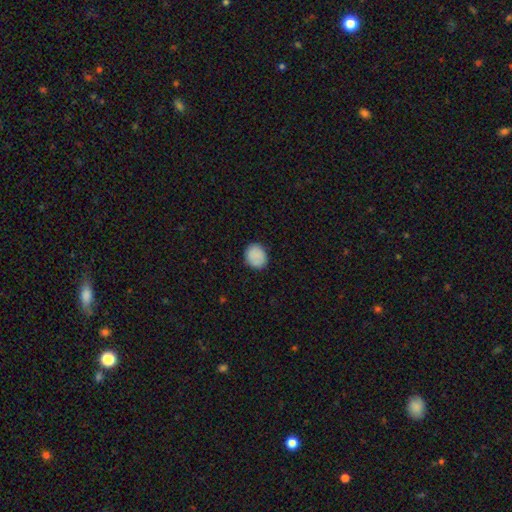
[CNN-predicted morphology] Q: Smooth or featured?
A: smooth (89%); runner-up: star or artifact (7%)
Q: How rounded?
A: round (69%); runner-up: in between (31%)
Q: Merging?
A: none (87%); runner-up: minor disturbance (10%)